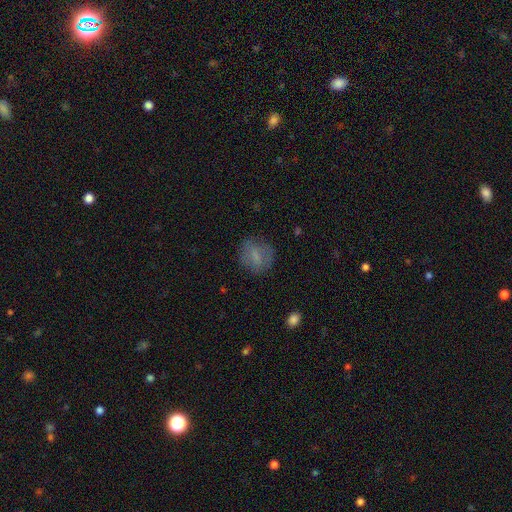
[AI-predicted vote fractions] Morphology: type=smooth (65%); roundness=round (65%); merging=none (74%).